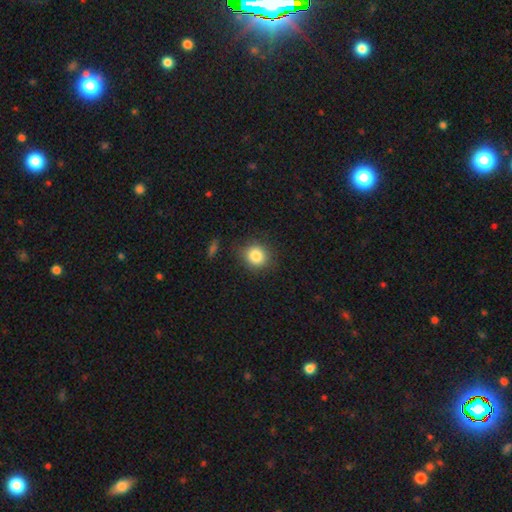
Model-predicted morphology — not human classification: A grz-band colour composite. It shows a smooth galaxy with no disk features (84%) that is round (79%). Merging: none (84%).